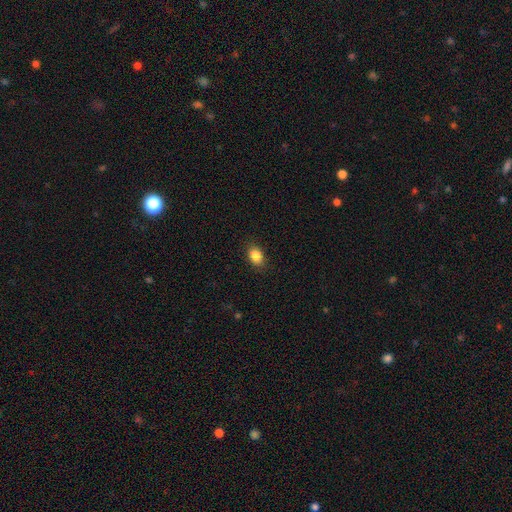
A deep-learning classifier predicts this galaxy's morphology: type=smooth (87%); roundness=in between (74%); merging=none (87%).